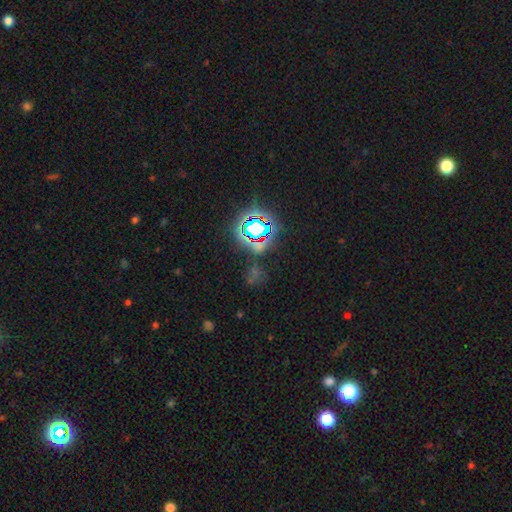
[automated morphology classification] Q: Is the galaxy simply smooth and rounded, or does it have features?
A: star or artifact — 79%.